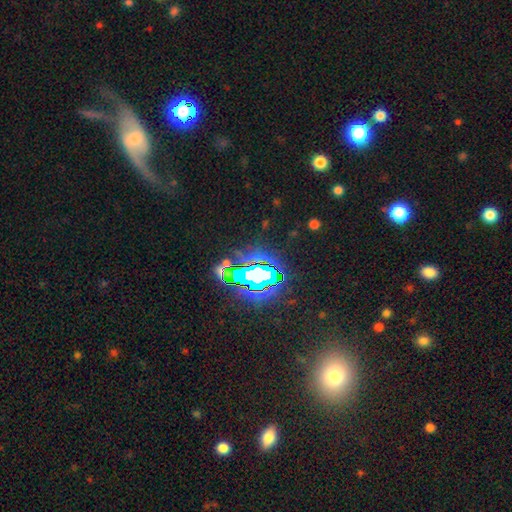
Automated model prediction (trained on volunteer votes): smooth_or_featured: star or artifact (p=0.47) [alt: featured or disk p=0.32]